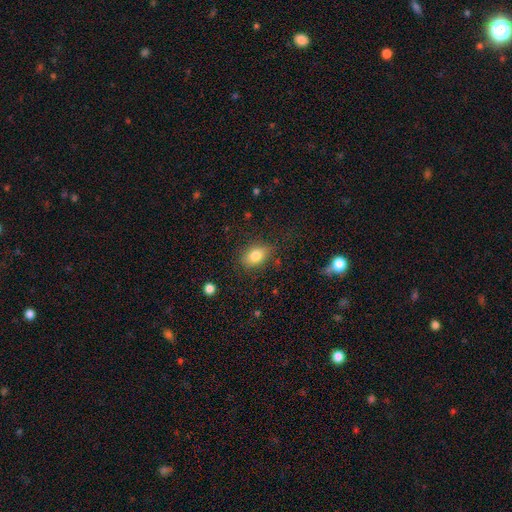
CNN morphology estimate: Q: Smooth or featured?
A: smooth (81%); runner-up: featured or disk (10%)
Q: How rounded?
A: in between (80%); runner-up: round (18%)
Q: Merging?
A: none (78%); runner-up: minor disturbance (16%)